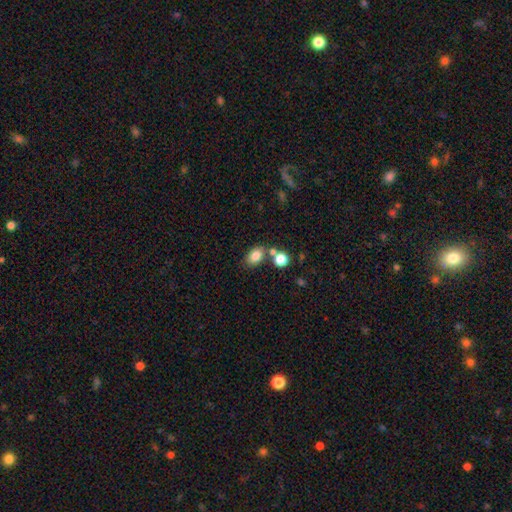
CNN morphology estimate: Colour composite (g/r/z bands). It shows a smooth galaxy with no disk features (82%) that is in between round and cigar-shaped (77%). Merging: none (66%).